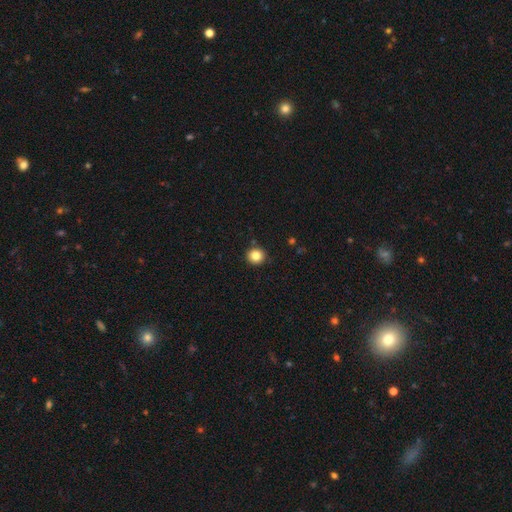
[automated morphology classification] Smooth or featured?
  - smooth: 83% *
  - star or artifact: 11%
  - featured or disk: 6%
How rounded?
  - round: 92% *
  - in between: 7%
  - cigar-shaped: 1%
Merging?
  - none: 91% *
  - minor disturbance: 6%
  - major disturbance: 2%
  - merger: 2%